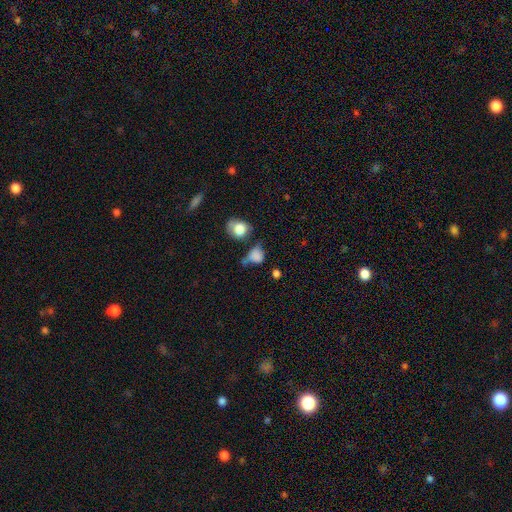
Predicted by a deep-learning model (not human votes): The model was most divided on "merging": none: 39%, minor disturbance: 24%, merger: 20%, major disturbance: 16%. More confident: smooth or featured — smooth (79%); how rounded — round (64%).